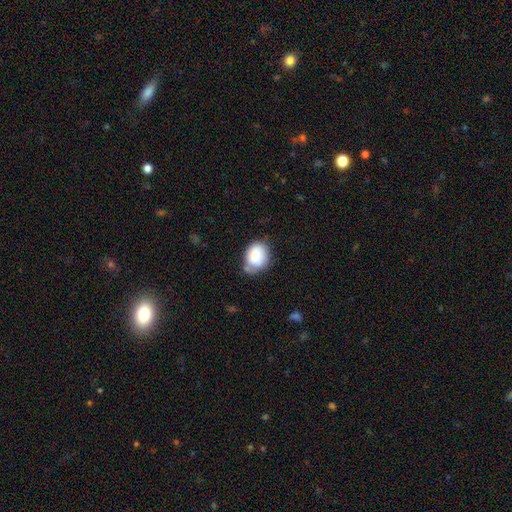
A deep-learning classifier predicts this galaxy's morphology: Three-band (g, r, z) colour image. It shows a smooth galaxy with no disk features (82%) that is in between round and cigar-shaped (59%). Merging: none (51%).